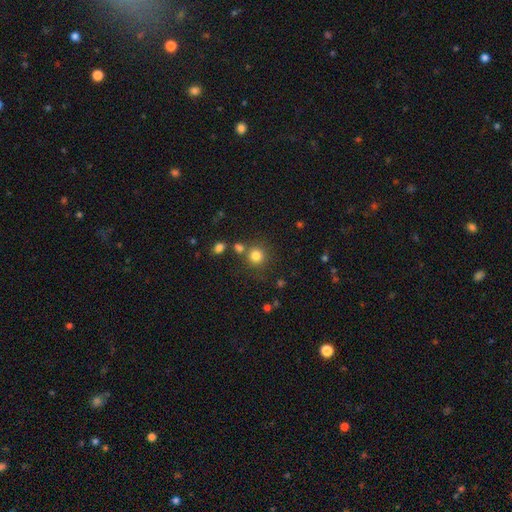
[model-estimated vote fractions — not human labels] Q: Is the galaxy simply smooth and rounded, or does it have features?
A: smooth — 81%.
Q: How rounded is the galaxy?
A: round — 92%.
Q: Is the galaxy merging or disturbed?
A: none — 75%.